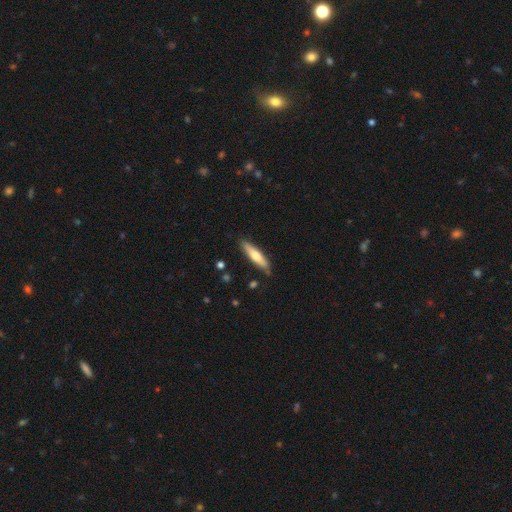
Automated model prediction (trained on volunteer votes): Smooth or featured? smooth (63%)
How rounded? cigar-shaped (80%)
Merging? none (85%)